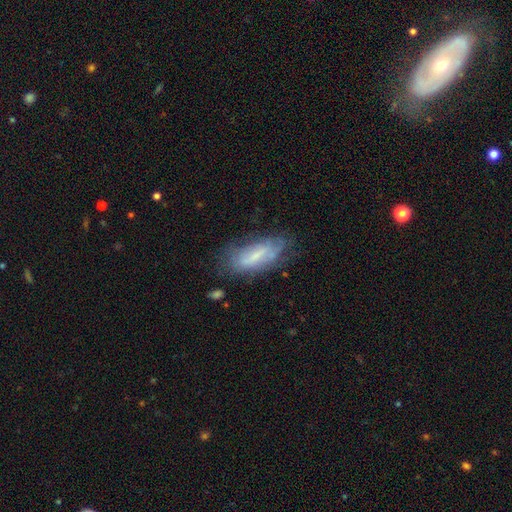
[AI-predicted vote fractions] Overall: featured or disk (47%; smooth 44%). Merging: none (60%; minor disturbance 26%).